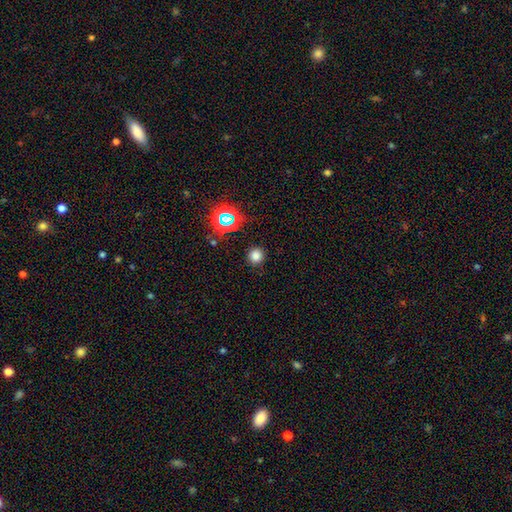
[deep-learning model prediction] Smooth or featured? smooth (75%)
How rounded? round (94%)
Merging? none (89%)